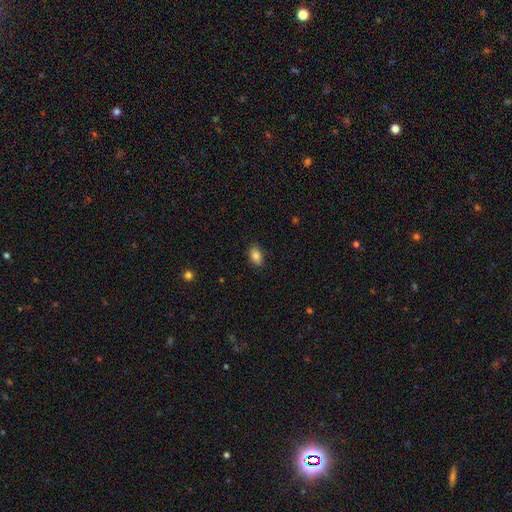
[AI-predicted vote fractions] smooth-or-featured: smooth: 85% | star or artifact: 9% | featured or disk: 7%
  how-rounded: in between: 88% | round: 10% | cigar-shaped: 2%
  merging: none: 86% | minor disturbance: 11% | major disturbance: 2% | merger: 1%